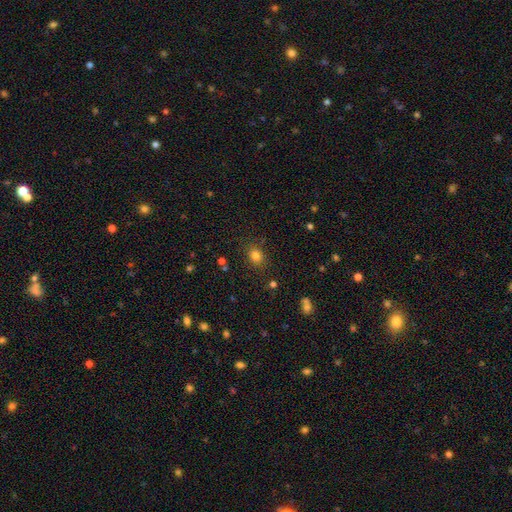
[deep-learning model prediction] Smooth or featured? Predicted: smooth (p=0.80). How rounded? Predicted: round (p=0.50). Merging? Predicted: none (p=0.83).